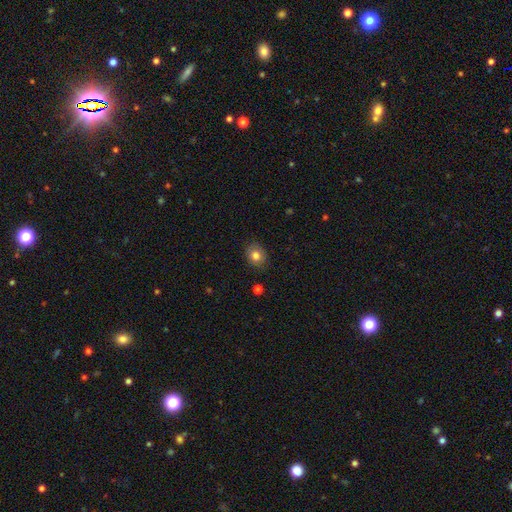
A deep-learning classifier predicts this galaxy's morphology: Q: Smooth or featured?
A: smooth (82%); runner-up: star or artifact (10%)
Q: How rounded?
A: round (55%); runner-up: in between (44%)
Q: Merging?
A: none (86%); runner-up: minor disturbance (11%)